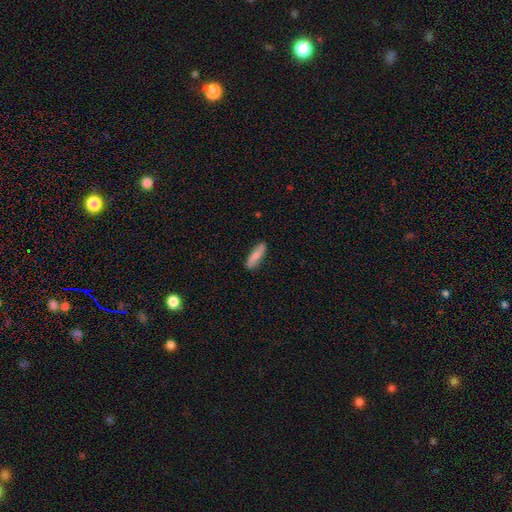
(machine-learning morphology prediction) A smooth galaxy with no disk features (78%) that is cigar-shaped (68%). Merging: none (85%).